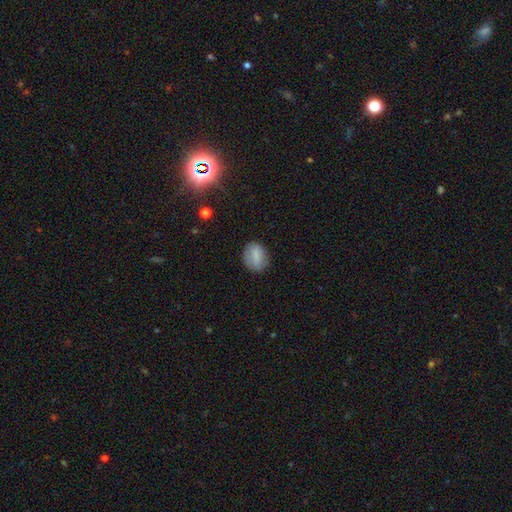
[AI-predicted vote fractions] Smooth or featured: smooth — 78% (featured or disk — 14%)
How rounded: in between — 60% (round — 38%)
Merging: none — 82% (minor disturbance — 14%)